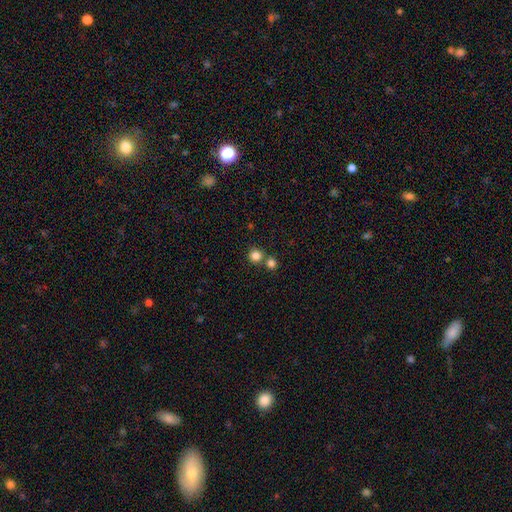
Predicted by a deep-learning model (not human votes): This is clearly a smooth galaxy (82%). How rounded: clearly round (92%). Merging: likely none (67%).